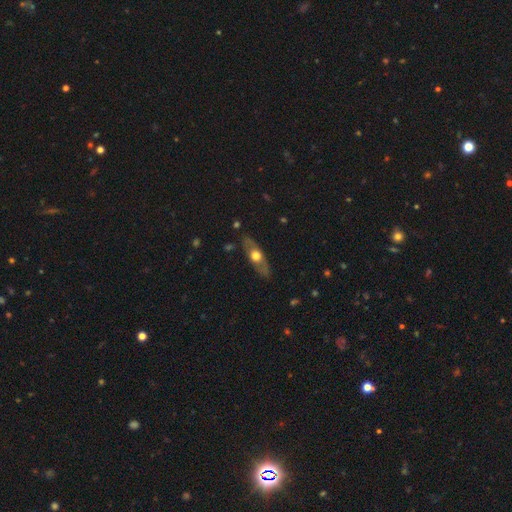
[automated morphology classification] smooth_or_featured: featured or disk (p=0.53) [alt: smooth p=0.42]
disk_edge_on: yes (p=0.58) [alt: no p=0.42]
merging: none (p=0.83) [alt: minor disturbance p=0.13]